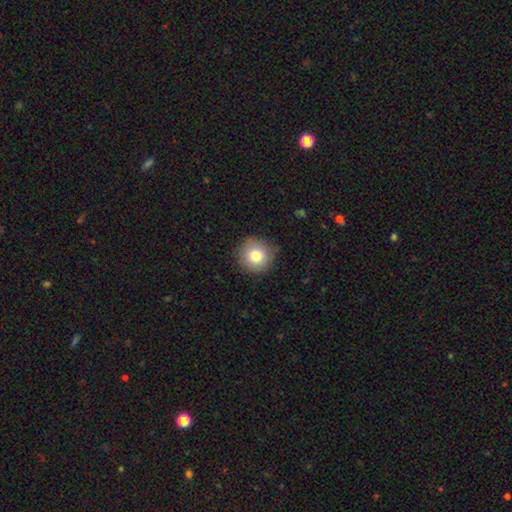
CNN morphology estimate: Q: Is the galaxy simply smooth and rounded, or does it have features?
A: smooth — 79%.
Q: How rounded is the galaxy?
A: round — 94%.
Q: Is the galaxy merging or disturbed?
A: none — 88%.